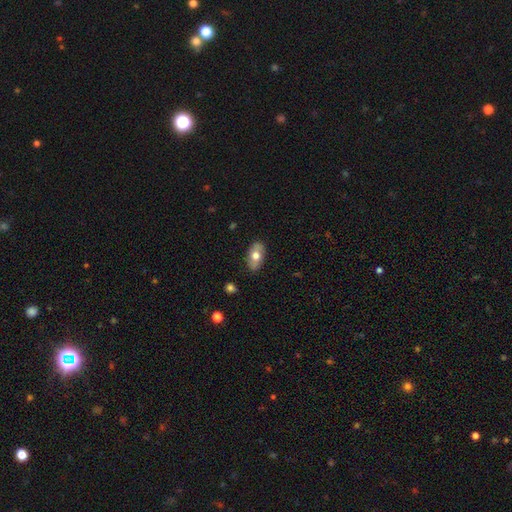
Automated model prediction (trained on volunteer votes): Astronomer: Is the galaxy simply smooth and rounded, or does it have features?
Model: smooth — 64%.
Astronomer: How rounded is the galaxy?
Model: in between — 92%.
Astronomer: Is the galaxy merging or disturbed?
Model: none — 84%.